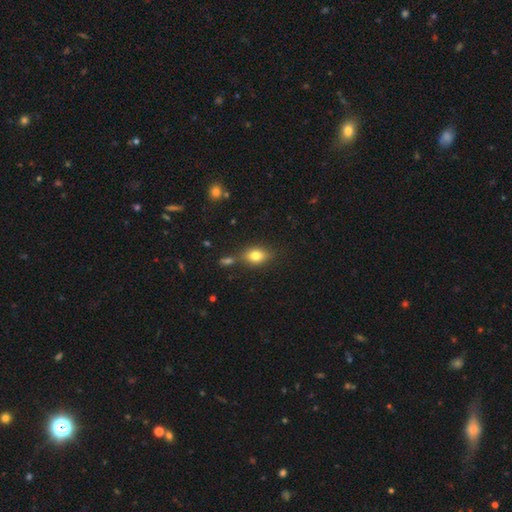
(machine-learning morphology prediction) This appears to be a smooth galaxy with no disk features (78%) that is in between round and cigar-shaped (71%). Merging: none (70%).